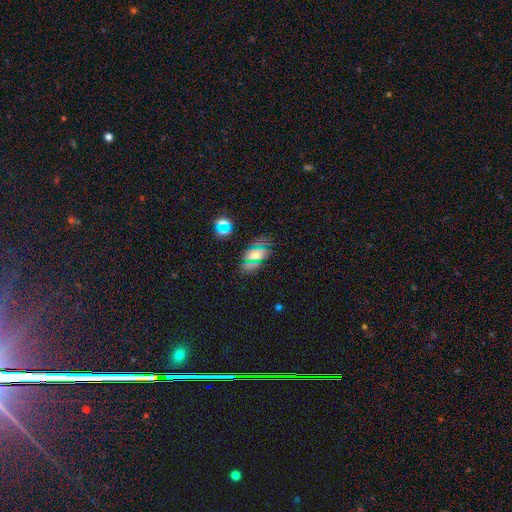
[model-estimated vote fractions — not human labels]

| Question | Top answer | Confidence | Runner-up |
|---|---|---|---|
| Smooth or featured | smooth | 55% | star or artifact (31%) |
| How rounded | in between | 84% | round (11%) |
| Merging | none | 81% | minor disturbance (13%) |